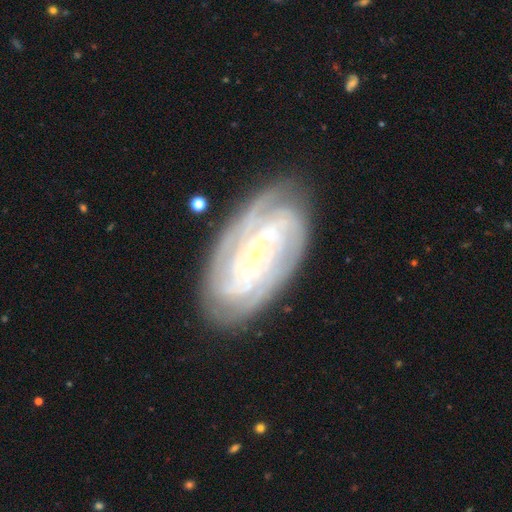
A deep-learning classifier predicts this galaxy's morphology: This is clearly a featured or disk galaxy (87%). It is clearly not viewed edge-on (95%). Bar: marginally no (43%). Spiral arm pattern: clearly yes (97%). Spiral arm count: marginally 4 (26%). Spiral winding: likely tight (75%). Central bulge: clearly small (81%). Merging: clearly none (81%).